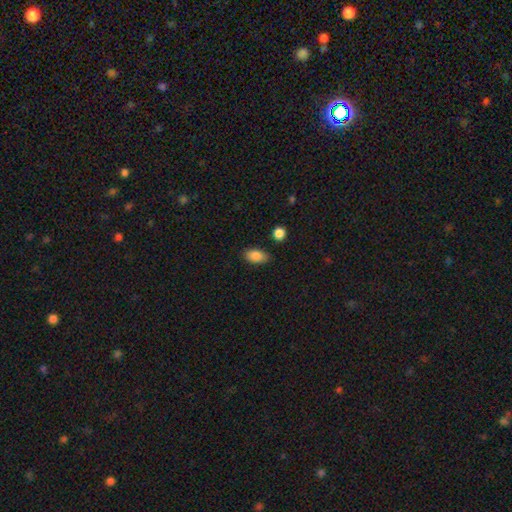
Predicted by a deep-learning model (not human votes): Smooth or featured?
  - smooth: 86% *
  - star or artifact: 8%
  - featured or disk: 6%
How rounded?
  - in between: 92% *
  - round: 6%
  - cigar-shaped: 3%
Merging?
  - none: 81% *
  - minor disturbance: 14%
  - major disturbance: 3%
  - merger: 2%